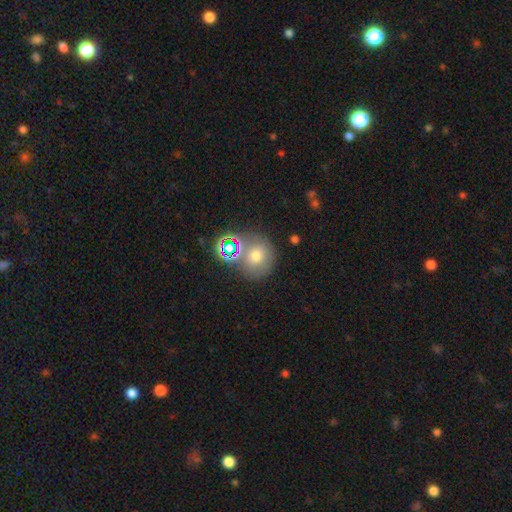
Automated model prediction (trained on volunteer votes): Smooth or featured?
  - smooth: 64% *
  - star or artifact: 22%
  - featured or disk: 14%
How rounded?
  - round: 82% *
  - in between: 17%
  - cigar-shaped: 1%
Merging?
  - none: 61% *
  - merger: 22%
  - minor disturbance: 12%
  - major disturbance: 5%